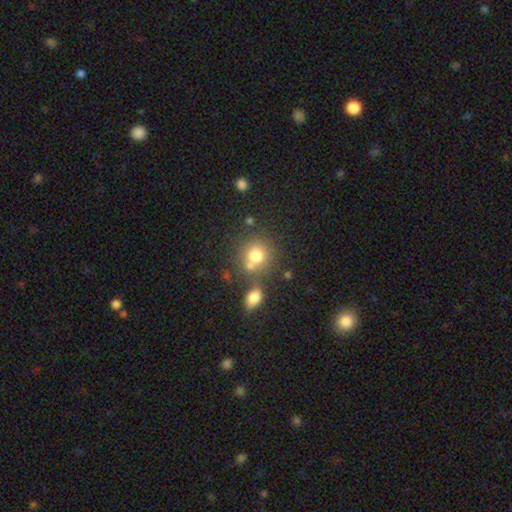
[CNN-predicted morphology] type=smooth (75%); roundness=round (84%); merging=none (58%).